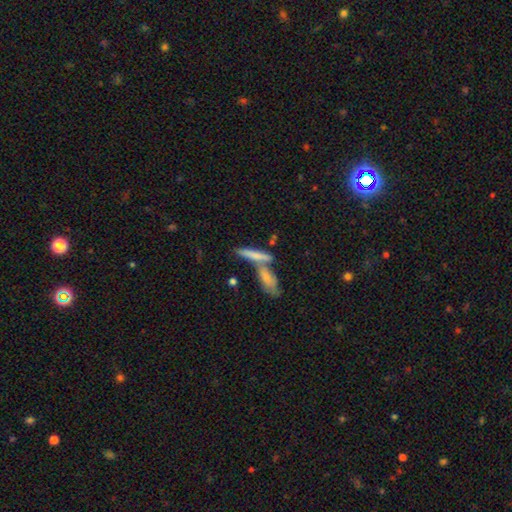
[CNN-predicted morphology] The model was most divided on "merging": none: 47%, merger: 39%, minor disturbance: 10%, major disturbance: 4%. More confident: how rounded — cigar-shaped (78%); smooth or featured — smooth (67%).